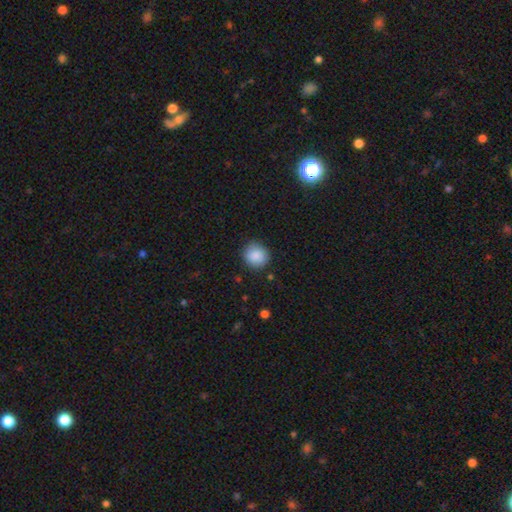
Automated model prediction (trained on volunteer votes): smooth 88%, star or artifact 8%, featured or disk 4%. Down the decision tree: how rounded — round (87%); merging — none (86%).